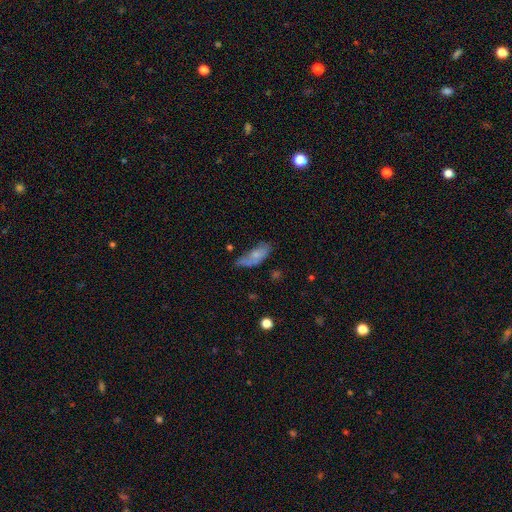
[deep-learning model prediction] A smooth galaxy with no disk features (60%) that is in between round and cigar-shaped (77%). Merging: none (37%).